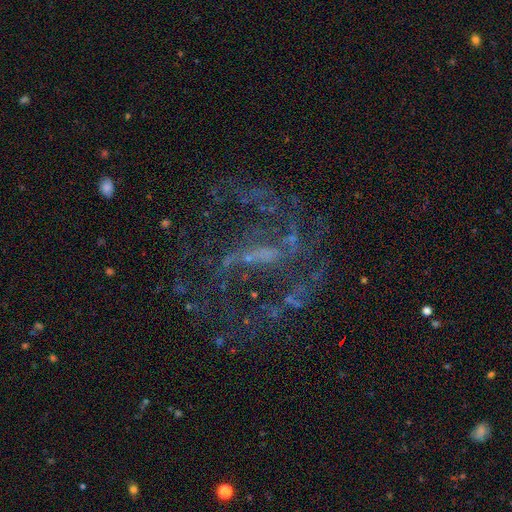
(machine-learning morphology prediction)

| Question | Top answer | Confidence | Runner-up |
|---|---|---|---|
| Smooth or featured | featured or disk | 76% | star or artifact (17%) |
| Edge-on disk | no | 96% | yes (4%) |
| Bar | weak | 39% | strong (35%) |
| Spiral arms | yes | 76% | no (24%) |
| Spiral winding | medium | 44% | loose (36%) |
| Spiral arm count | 2 | 47% | can't tell (28%) |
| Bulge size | none | 43% | small (37%) |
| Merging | none | 55% | major disturbance (27%) |